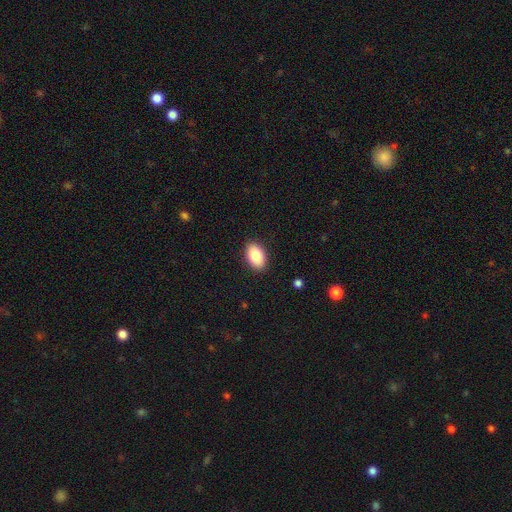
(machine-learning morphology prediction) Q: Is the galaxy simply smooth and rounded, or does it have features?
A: smooth — 85%.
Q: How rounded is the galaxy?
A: in between — 91%.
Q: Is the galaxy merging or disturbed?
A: none — 90%.